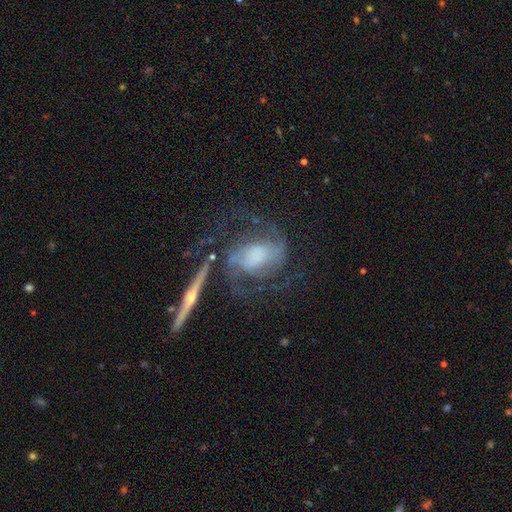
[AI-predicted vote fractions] Smooth or featured? Predicted: featured or disk (p=0.86). Edge-on disk? Predicted: no (p=0.90). Bar? Predicted: no (p=0.41). Spiral arms? Predicted: yes (p=0.95). Spiral winding? Predicted: medium (p=0.49). Spiral arm count? Predicted: 2 (p=0.81). Bulge size? Predicted: moderate (p=0.30). Merging? Predicted: none (p=0.55).